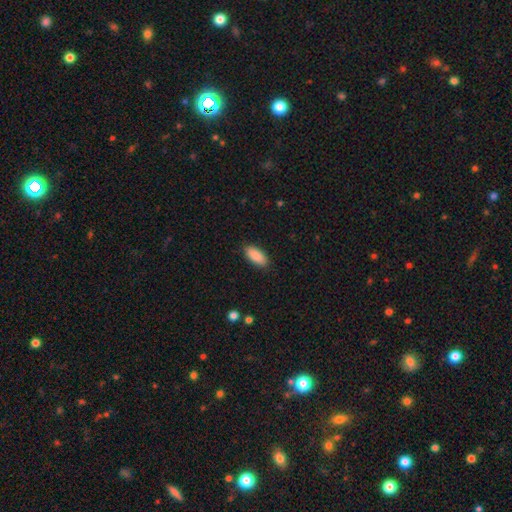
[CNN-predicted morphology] Q: Smooth or featured?
A: smooth (90%); runner-up: star or artifact (6%)
Q: How rounded?
A: in between (86%); runner-up: cigar-shaped (12%)
Q: Merging?
A: none (88%); runner-up: minor disturbance (9%)